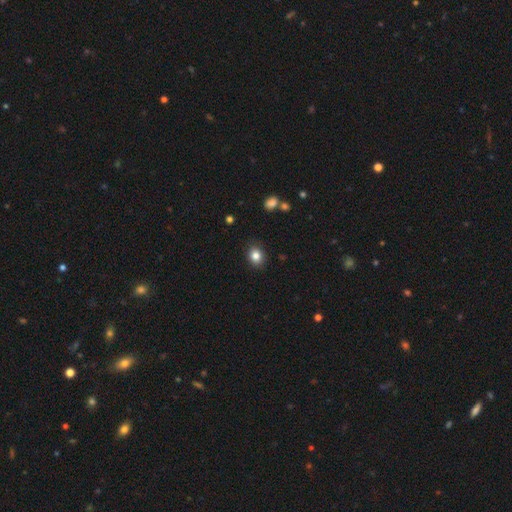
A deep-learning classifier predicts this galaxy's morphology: smooth_or_featured: smooth (p=0.84) [alt: star or artifact p=0.10]
how_rounded: round (p=0.56) [alt: in between p=0.43]
merging: none (p=0.89) [alt: minor disturbance p=0.08]